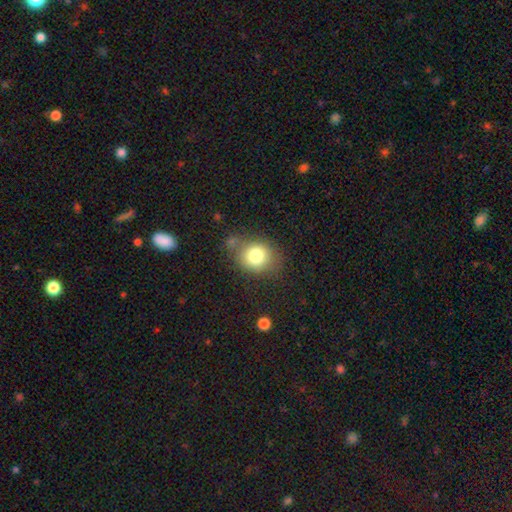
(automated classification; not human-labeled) smooth-or-featured: smooth: 78% | featured or disk: 11% | star or artifact: 10%
  how-rounded: round: 62% | in between: 37% | cigar-shaped: 1%
  merging: none: 65% | minor disturbance: 20% | merger: 8% | major disturbance: 7%